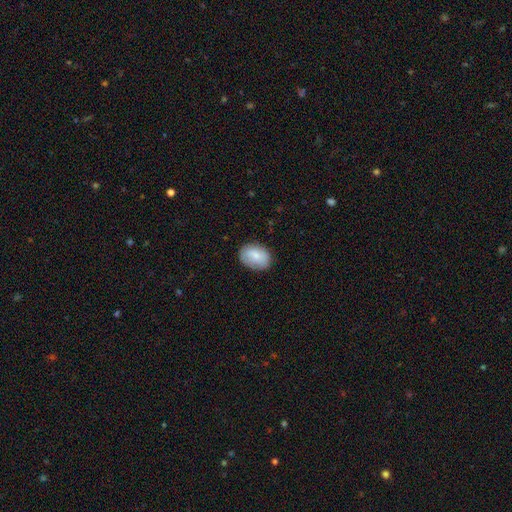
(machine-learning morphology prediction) Q: Smooth or featured?
A: smooth (79%); runner-up: featured or disk (15%)
Q: How rounded?
A: in between (74%); runner-up: round (25%)
Q: Merging?
A: none (81%); runner-up: minor disturbance (15%)